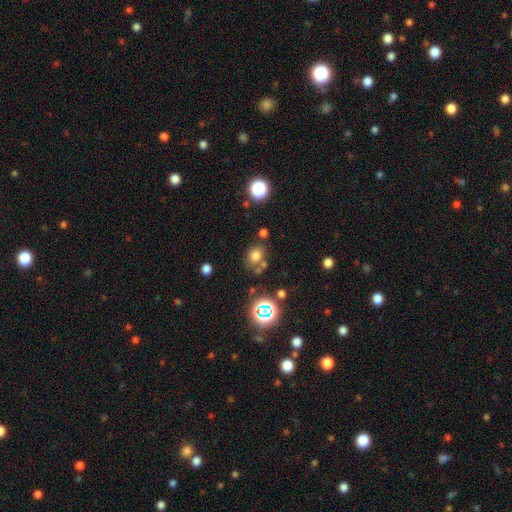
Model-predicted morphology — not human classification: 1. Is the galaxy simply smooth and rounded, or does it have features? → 71% smooth, 20% star or artifact, 9% featured or disk.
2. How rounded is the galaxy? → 57% round, 42% in between, 1% cigar-shaped.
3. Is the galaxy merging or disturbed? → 67% none, 15% merger, 13% minor disturbance, 5% major disturbance.